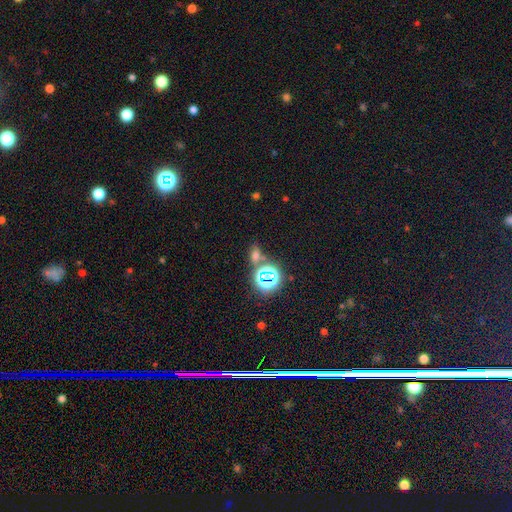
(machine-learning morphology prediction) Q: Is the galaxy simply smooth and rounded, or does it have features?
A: smooth — 48%.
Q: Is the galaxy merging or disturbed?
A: none — 60%.